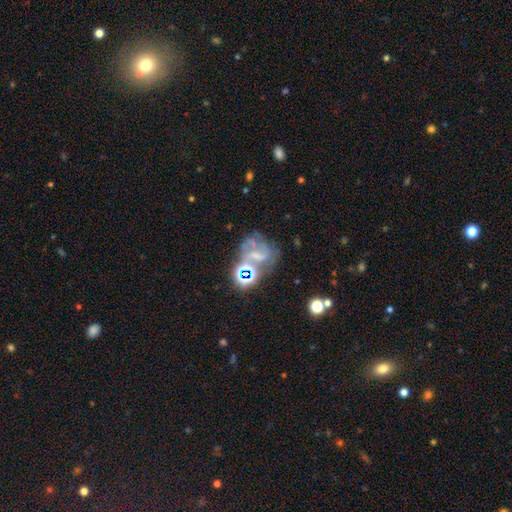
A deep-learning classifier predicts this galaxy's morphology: Q: Smooth or featured?
A: featured or disk (51%); runner-up: star or artifact (25%)
Q: Edge-on disk?
A: no (97%); runner-up: yes (3%)
Q: Bar?
A: no (43%); runner-up: weak (37%)
Q: Spiral arms?
A: yes (61%); runner-up: no (39%)
Q: Bulge size?
A: small (39%); runner-up: none (33%)
Q: Merging?
A: none (37%); runner-up: major disturbance (25%)